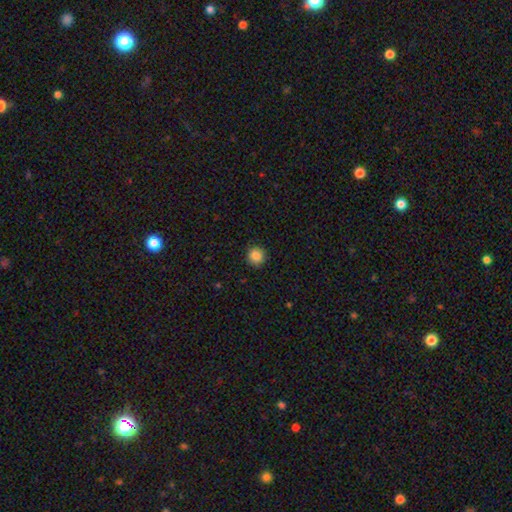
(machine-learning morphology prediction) This appears to be a smooth galaxy with no disk features (86%) that is round (94%). Merging: none (91%).